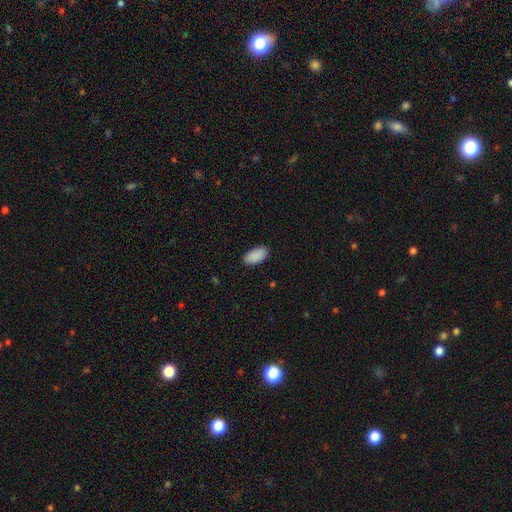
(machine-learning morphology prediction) Overall: smooth (90%). How rounded: in between (95%). Merging: none (88%).